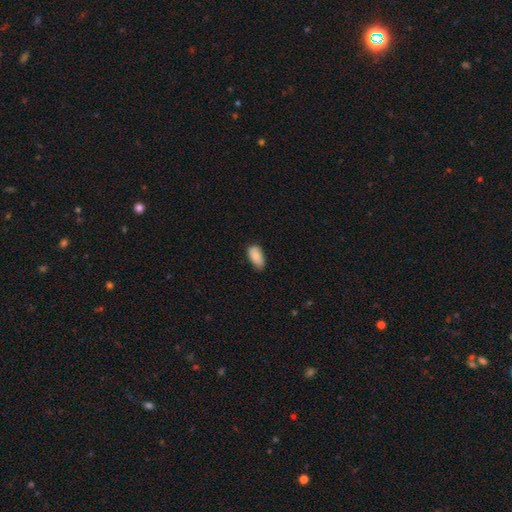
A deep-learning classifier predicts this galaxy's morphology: smooth 86%, featured or disk 7%, star or artifact 7%. Down the decision tree: how rounded — in between (93%); merging — none (74%).